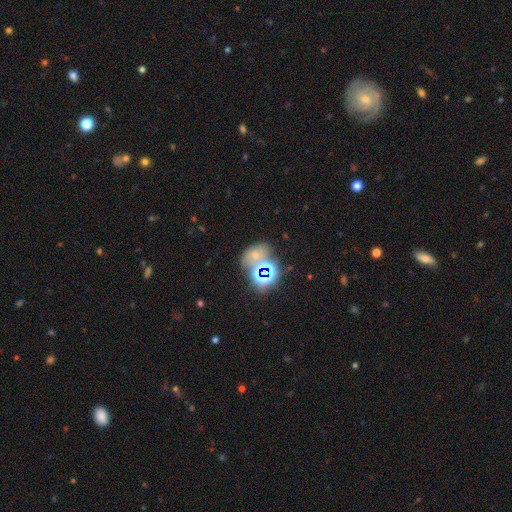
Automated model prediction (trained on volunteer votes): Smooth or featured?
  - star or artifact: 44% *
  - smooth: 42%
  - featured or disk: 14%